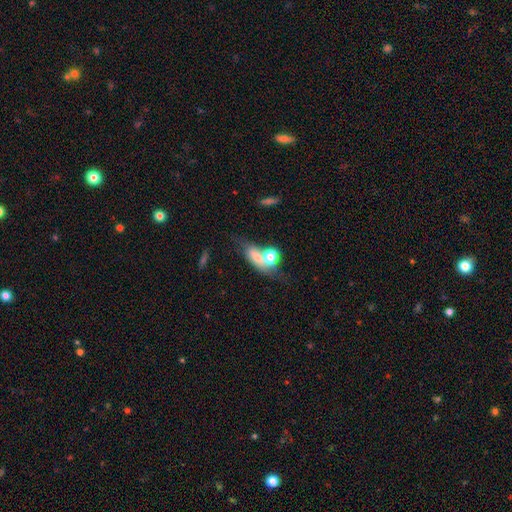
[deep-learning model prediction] This is possibly a smooth galaxy (60%). How rounded: possibly in between (58%). Merging: marginally merger (42%).